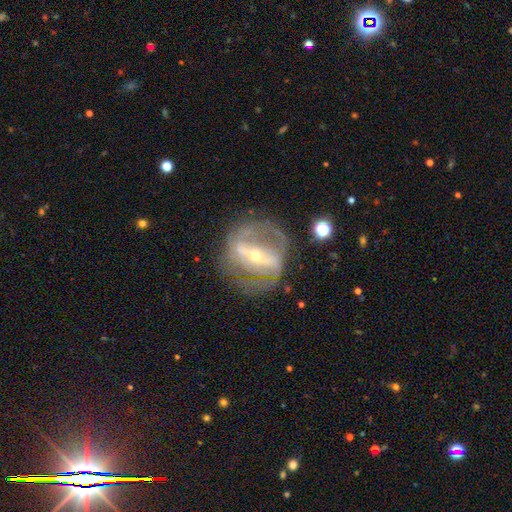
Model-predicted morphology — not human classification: type=featured or disk (85%); edge-on=no (93%); bar=strong (69%); spiral arms=yes (75%); winding=medium (43%); arm count=2 (67%); bulge=small (68%); merging=none (61%).